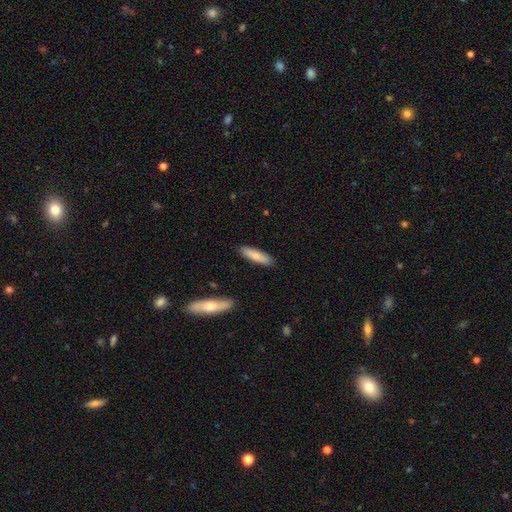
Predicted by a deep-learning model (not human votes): smooth_or_featured: smooth (p=0.76) [alt: featured or disk p=0.19]
how_rounded: cigar-shaped (p=0.64) [alt: in between p=0.35]
merging: none (p=0.88) [alt: minor disturbance p=0.09]